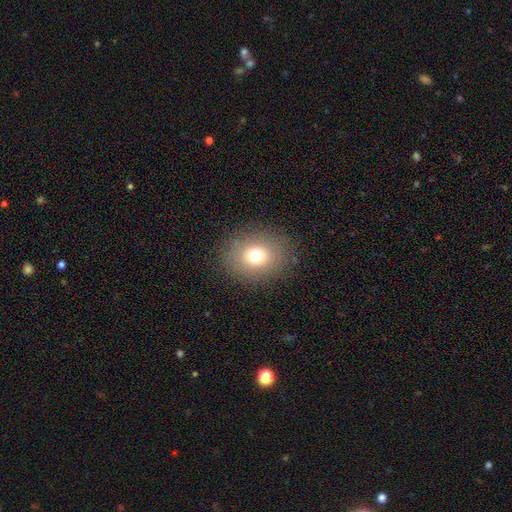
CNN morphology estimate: Smooth or featured? Predicted: smooth (p=0.73). How rounded? Predicted: round (p=0.60). Merging? Predicted: none (p=0.85).